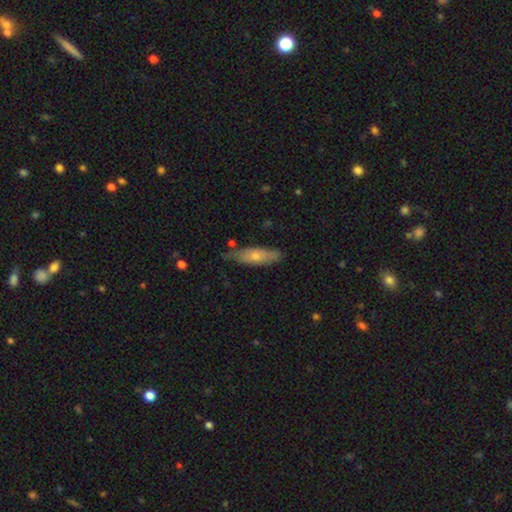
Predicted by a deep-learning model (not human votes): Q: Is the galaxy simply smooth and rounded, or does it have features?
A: smooth — 56%.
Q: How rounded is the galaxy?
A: cigar-shaped — 59%.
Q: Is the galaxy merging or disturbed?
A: none — 76%.